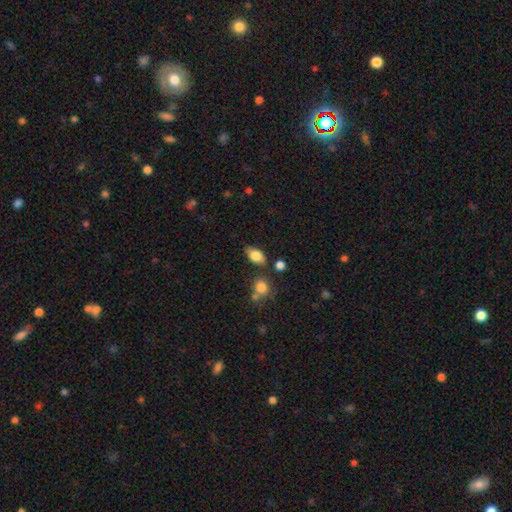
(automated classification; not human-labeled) smooth 80%, featured or disk 12%, star or artifact 8%. Down the decision tree: how rounded — in between (88%); merging — none (77%).